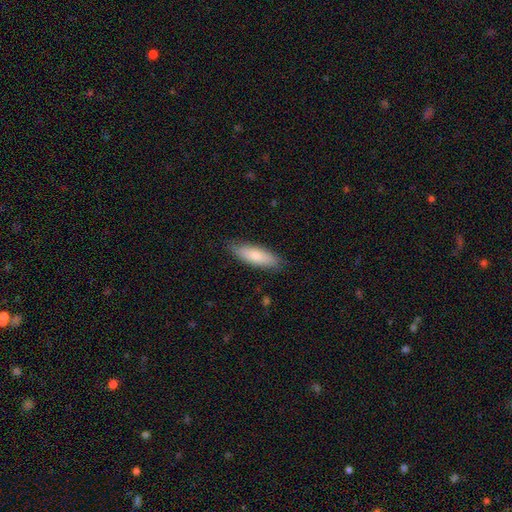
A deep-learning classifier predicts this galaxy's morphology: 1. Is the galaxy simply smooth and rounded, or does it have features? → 78% smooth, 16% featured or disk, 6% star or artifact.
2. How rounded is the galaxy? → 50% in between, 48% cigar-shaped, 2% round.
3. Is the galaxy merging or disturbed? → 83% none, 13% minor disturbance, 2% major disturbance, 1% merger.